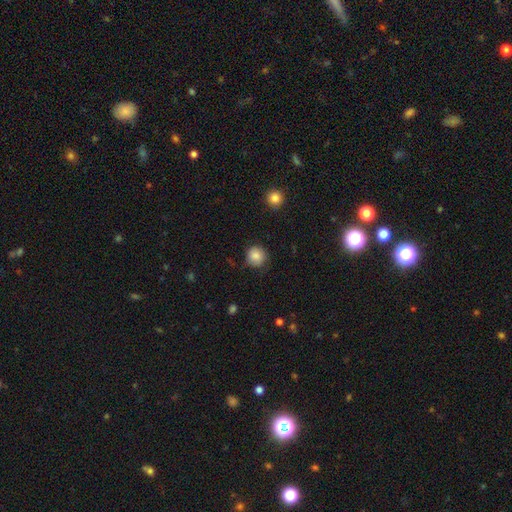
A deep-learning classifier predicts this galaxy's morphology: Overall: smooth (86%). How rounded: round (91%). Merging: none (83%).